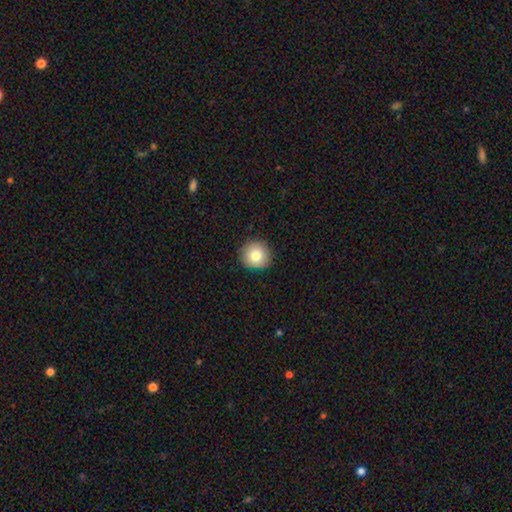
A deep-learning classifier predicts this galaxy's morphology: This appears to be a smooth galaxy with no disk features (80%) that is round (93%). Merging: none (89%).